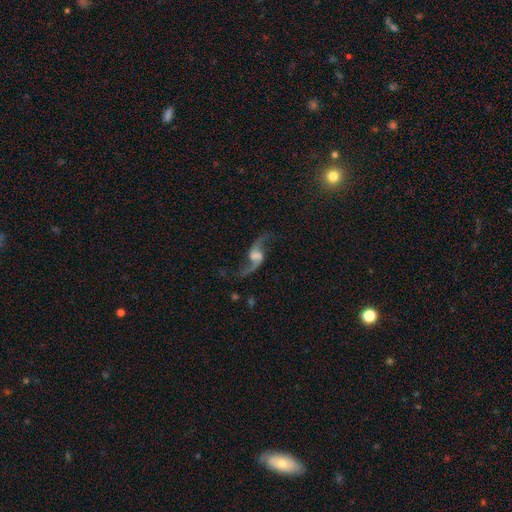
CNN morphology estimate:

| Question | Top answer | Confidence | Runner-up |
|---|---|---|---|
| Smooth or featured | featured or disk | 88% | star or artifact (6%) |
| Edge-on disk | no | 96% | yes (4%) |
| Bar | weak | 46% | no (37%) |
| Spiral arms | yes | 97% | no (3%) |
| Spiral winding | loose | 90% | medium (8%) |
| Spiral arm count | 2 | 94% | 1 (2%) |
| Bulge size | none | 35% | moderate (23%) |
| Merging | none | 75% | minor disturbance (13%) |